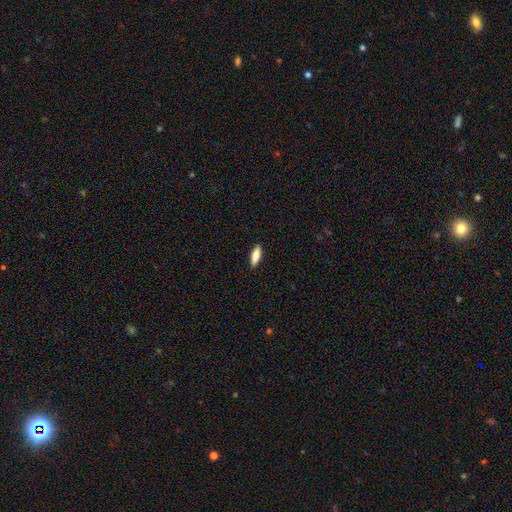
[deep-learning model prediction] smooth 82%, featured or disk 12%, star or artifact 6%. Down the decision tree: how rounded — in between (55%); merging — none (90%).